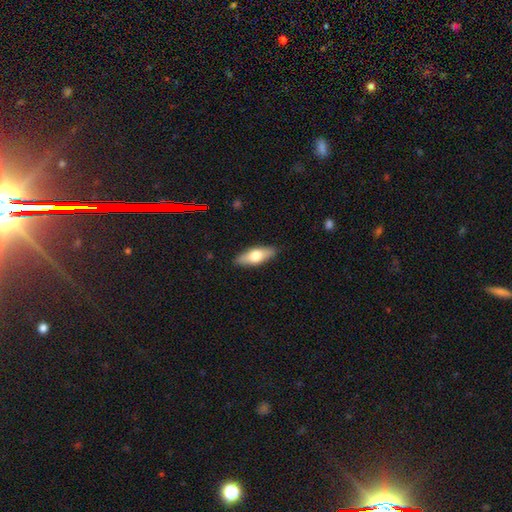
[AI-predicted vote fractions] smooth 64%, featured or disk 30%, star or artifact 6%. Down the decision tree: how rounded — in between (72%); merging — none (88%).